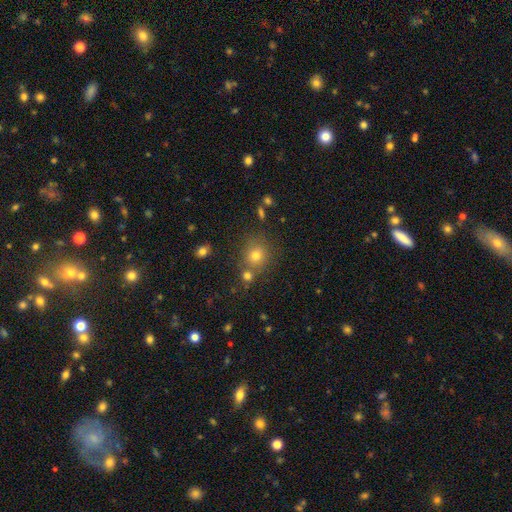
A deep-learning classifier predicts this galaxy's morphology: Smooth or featured? Predicted: smooth (p=0.72). How rounded? Predicted: round (p=0.86). Merging? Predicted: none (p=0.71).